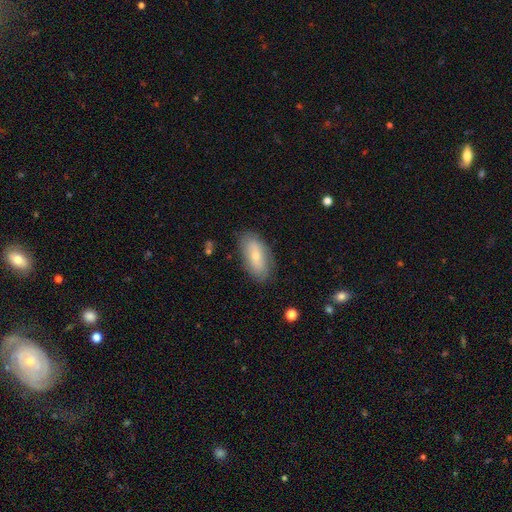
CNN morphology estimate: This appears to be a smooth galaxy with no disk features (62%) that is in between round and cigar-shaped (89%). Merging: none (79%).